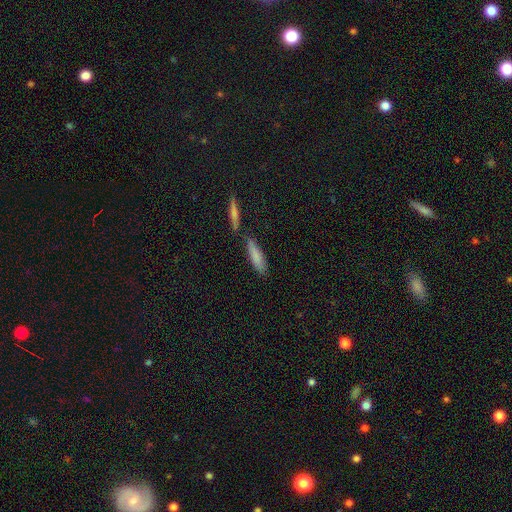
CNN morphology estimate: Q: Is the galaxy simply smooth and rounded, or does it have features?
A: smooth — 80%.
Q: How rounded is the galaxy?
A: cigar-shaped — 66%.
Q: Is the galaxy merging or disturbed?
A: none — 64%.